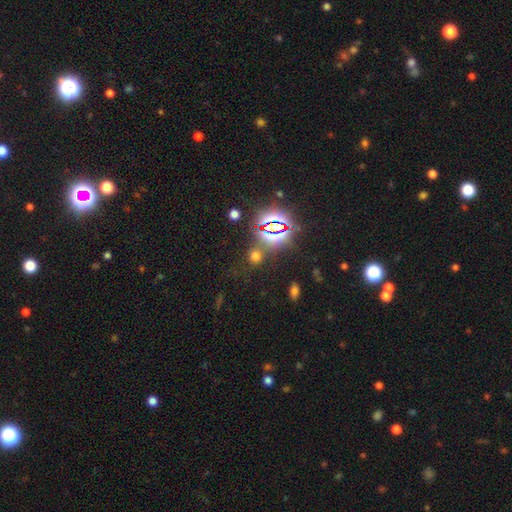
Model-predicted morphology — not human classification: A smooth galaxy with no disk features (48%).

Vote fractions:
- Smooth or featured? smooth: 48% / star or artifact: 45% / featured or disk: 7%
- Merging? none: 72% / merger: 11% / minor disturbance: 11% / major disturbance: 6%